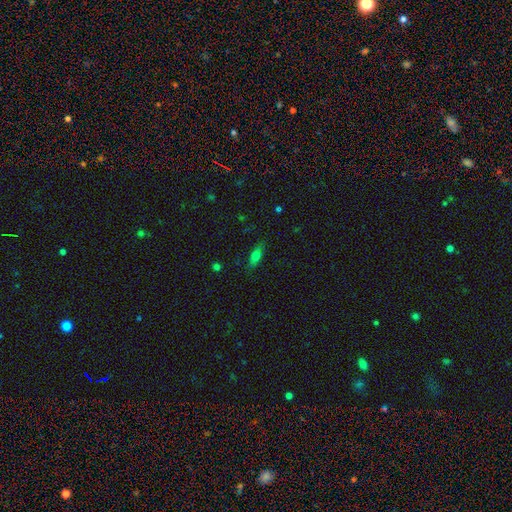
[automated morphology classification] This is likely a smooth galaxy (70%). How rounded: likely in between (67%). Merging: likely none (77%).